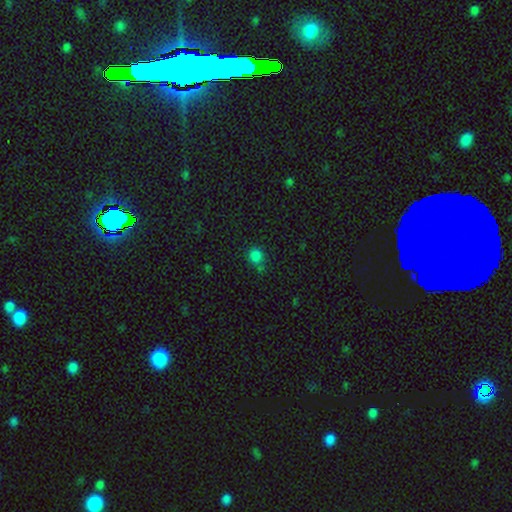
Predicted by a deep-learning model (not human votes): Overall: smooth (79%). How rounded: round (82%). Merging: none (65%).